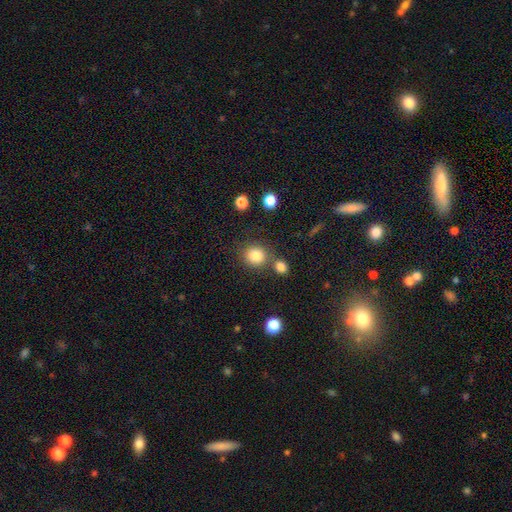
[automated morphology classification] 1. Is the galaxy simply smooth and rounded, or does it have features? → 84% smooth, 11% star or artifact, 6% featured or disk.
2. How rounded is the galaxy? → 84% round, 15% in between, 1% cigar-shaped.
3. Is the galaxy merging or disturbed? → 69% none, 17% merger, 10% minor disturbance, 4% major disturbance.